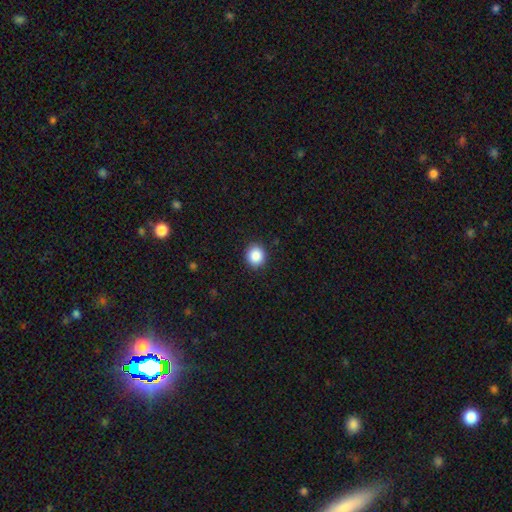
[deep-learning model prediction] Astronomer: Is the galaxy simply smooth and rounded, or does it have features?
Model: smooth — 88%.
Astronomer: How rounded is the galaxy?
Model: round — 85%.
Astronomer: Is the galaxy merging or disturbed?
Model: none — 91%.